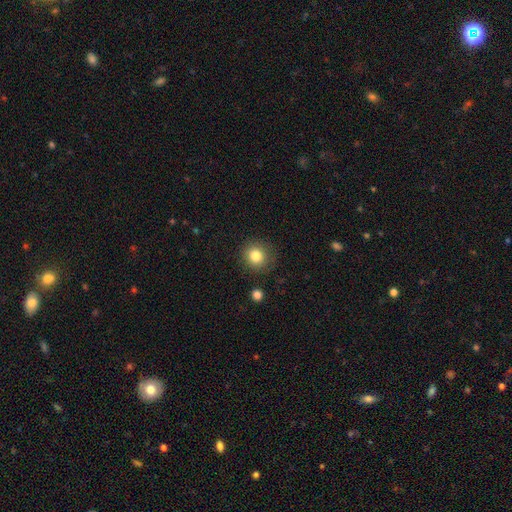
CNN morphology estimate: The model was most divided on "smooth or featured": smooth: 82%, star or artifact: 11%, featured or disk: 7%. More confident: how rounded — round (91%); merging — none (87%).